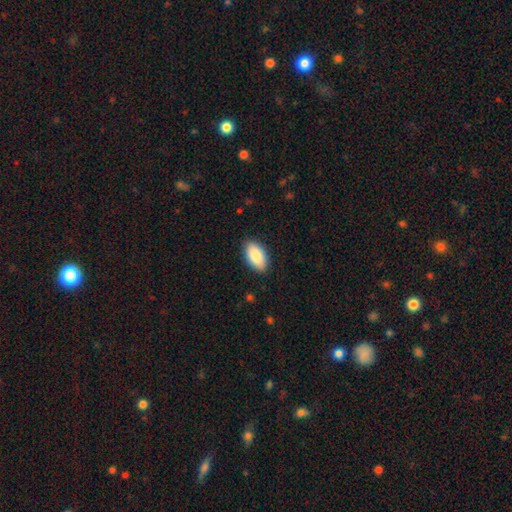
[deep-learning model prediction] Morphology: type=smooth (88%); roundness=in between (95%); merging=none (88%).